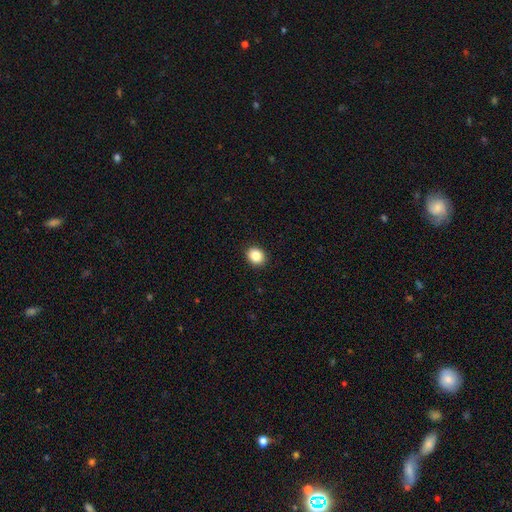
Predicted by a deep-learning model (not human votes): A smooth galaxy with no disk features (85%) that is round (62%).

Vote fractions:
- Smooth or featured? smooth: 85% / star or artifact: 9% / featured or disk: 5%
- How rounded? round: 62% / in between: 37% / cigar-shaped: 1%
- Merging? none: 92% / minor disturbance: 6% / major disturbance: 2% / merger: 1%